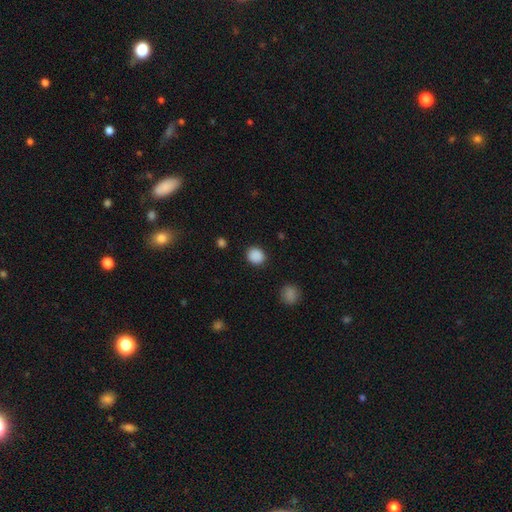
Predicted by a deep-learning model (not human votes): Overall: smooth (88%). How rounded: round (81%). Merging: none (89%).